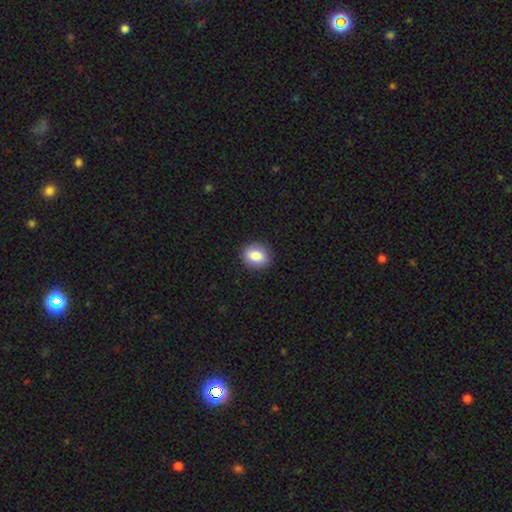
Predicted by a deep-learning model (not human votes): Smooth or featured?
  - smooth: 86% *
  - star or artifact: 8%
  - featured or disk: 6%
How rounded?
  - round: 55% *
  - in between: 44%
  - cigar-shaped: 1%
Merging?
  - none: 89% *
  - minor disturbance: 8%
  - major disturbance: 2%
  - merger: 1%